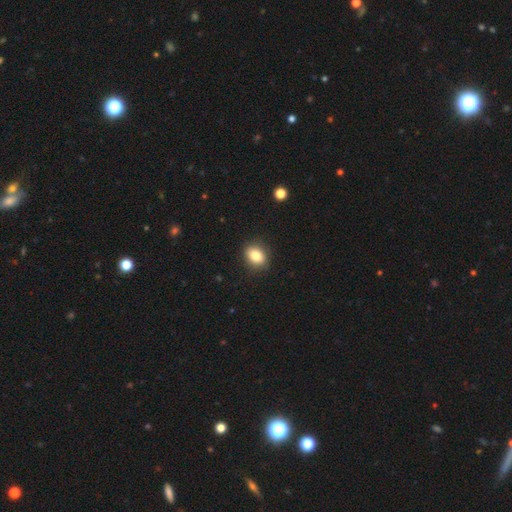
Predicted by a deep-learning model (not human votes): A smooth galaxy with no disk features (84%) that is in between round and cigar-shaped (64%).

Vote fractions:
- Smooth or featured? smooth: 84% / star or artifact: 9% / featured or disk: 7%
- How rounded? in between: 64% / round: 35% / cigar-shaped: 1%
- Merging? none: 87% / minor disturbance: 10% / major disturbance: 2% / merger: 1%